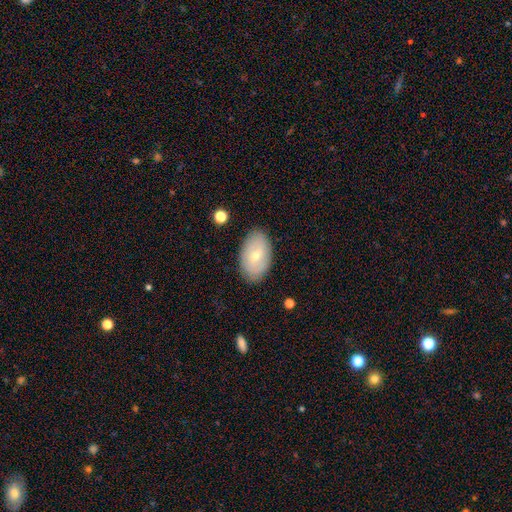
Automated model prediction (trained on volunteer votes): Smooth or featured? Predicted: smooth (p=0.56). How rounded? Predicted: in between (p=0.92). Merging? Predicted: none (p=0.84).